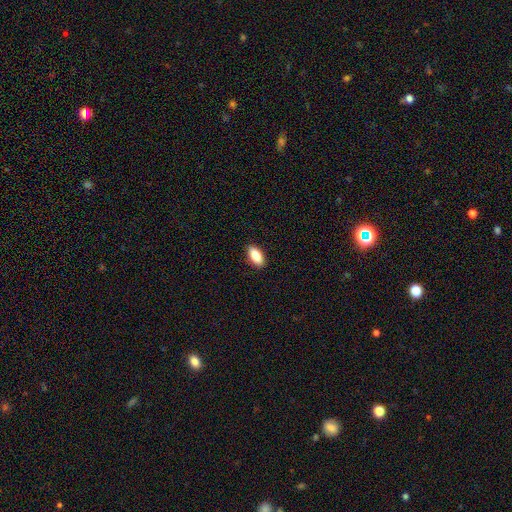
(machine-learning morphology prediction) type=smooth (86%); roundness=in between (89%); merging=none (89%).